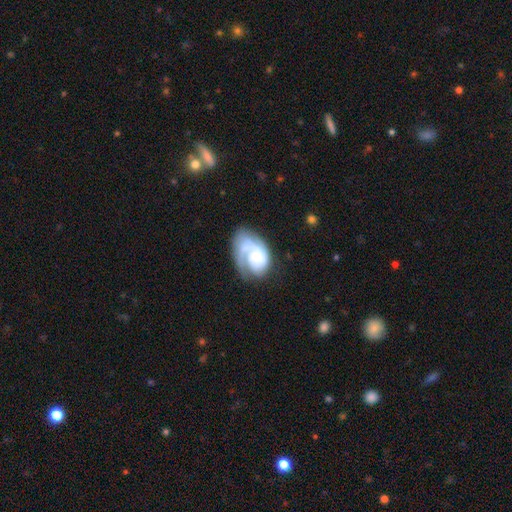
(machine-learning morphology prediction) Smooth or featured? featured or disk (74%)
Edge-on disk? no (98%)
Bar? no (72%)
Spiral arms? yes (92%)
Spiral winding? tight (47%)
Spiral arm count? 1 (63%)
Bulge size? small (45%)
Merging? none (50%)